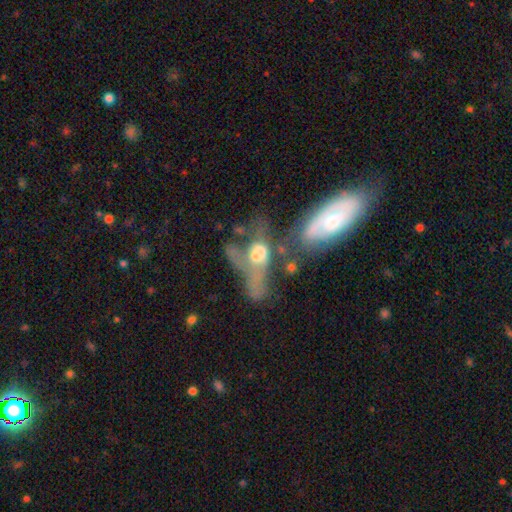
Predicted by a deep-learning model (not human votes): Morphology: type=featured or disk (49%); merging=merger (61%).